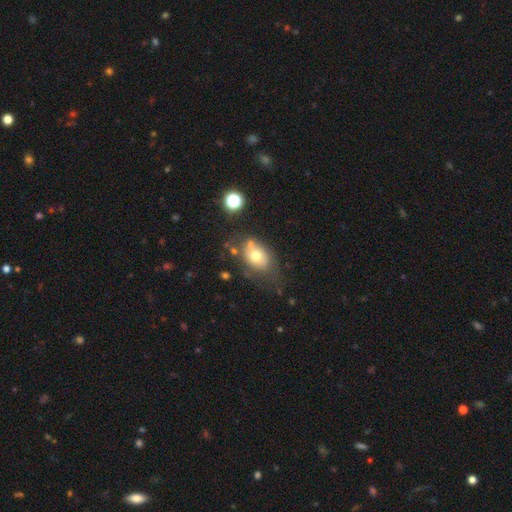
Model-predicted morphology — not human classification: This is likely a smooth galaxy (65%). How rounded: likely in between (72%). Merging: possibly none (52%).